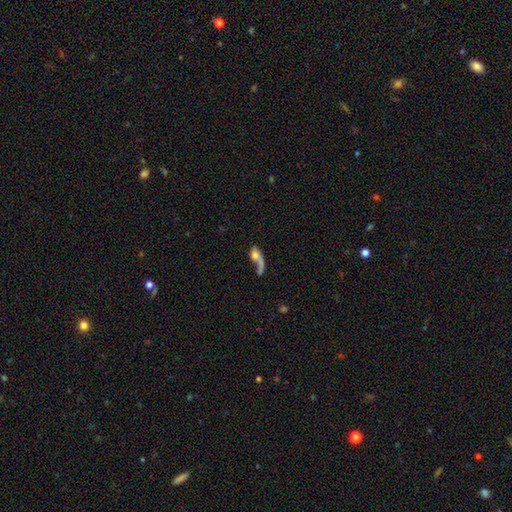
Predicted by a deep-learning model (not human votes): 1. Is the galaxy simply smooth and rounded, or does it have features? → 46% smooth, 44% featured or disk, 10% star or artifact.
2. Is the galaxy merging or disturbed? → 38% major disturbance, 24% merger, 23% none, 14% minor disturbance.